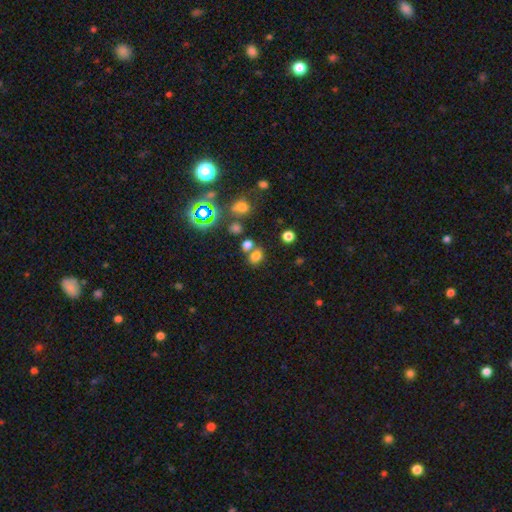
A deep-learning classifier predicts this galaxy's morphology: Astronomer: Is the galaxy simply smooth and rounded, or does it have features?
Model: smooth — 67%.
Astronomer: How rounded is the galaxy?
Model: in between — 53% (runner-up: round, 45%).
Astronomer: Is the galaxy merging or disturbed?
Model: none — 53% (runner-up: merger, 30%).